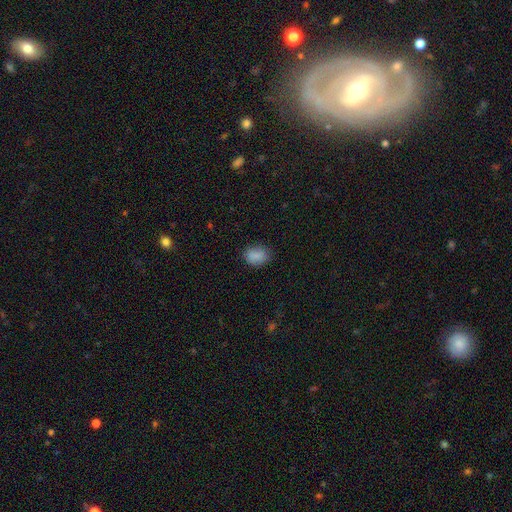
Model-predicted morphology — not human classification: A smooth galaxy with no disk features (86%) that is in between round and cigar-shaped (74%). Merging: none (79%).